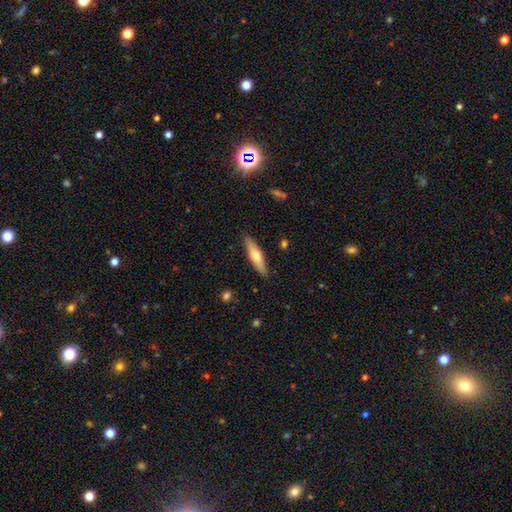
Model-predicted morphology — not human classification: A smooth galaxy with no disk features (55%) that is cigar-shaped (75%). Merging: none (89%).